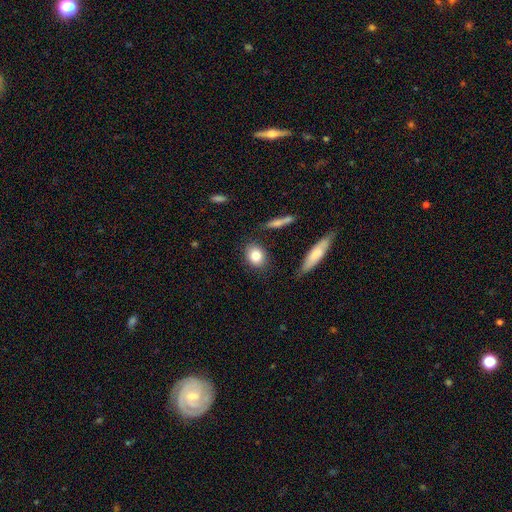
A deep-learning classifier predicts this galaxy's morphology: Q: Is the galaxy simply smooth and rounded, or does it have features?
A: smooth — 83%.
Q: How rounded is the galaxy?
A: in between — 51%.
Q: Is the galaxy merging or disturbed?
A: none — 83%.